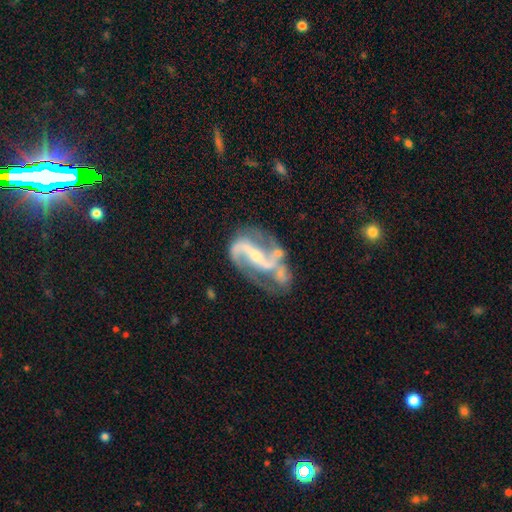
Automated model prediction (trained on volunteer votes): featured or disk 91%, star or artifact 5%, smooth 4%. Down the decision tree: edge-on disk — no (97%); bar — strong (54%); spiral arms — yes (97%); spiral arm count — 2 (91%); spiral winding — loose (44%, tied with medium); bulge size — small (66%); merging — none (51%).